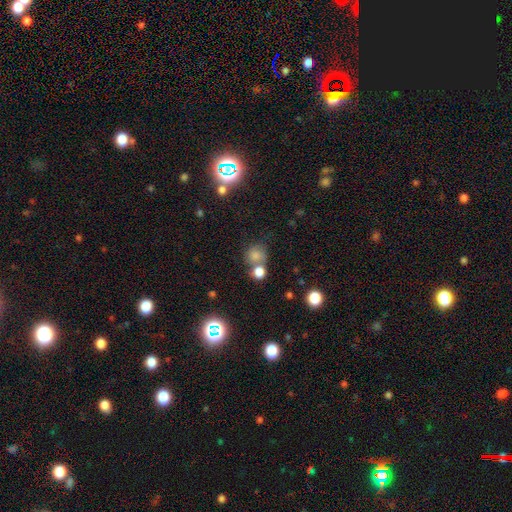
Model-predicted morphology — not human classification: Smooth or featured?
  - smooth: 76% *
  - star or artifact: 15%
  - featured or disk: 9%
How rounded?
  - round: 81% *
  - in between: 18%
  - cigar-shaped: 1%
Merging?
  - none: 50% *
  - merger: 31%
  - minor disturbance: 13%
  - major disturbance: 6%